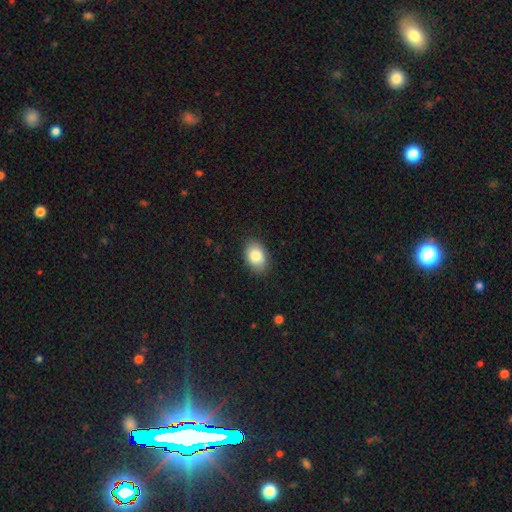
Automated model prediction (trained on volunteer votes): Smooth or featured? Predicted: smooth (p=0.85). How rounded? Predicted: in between (p=0.85). Merging? Predicted: none (p=0.85).